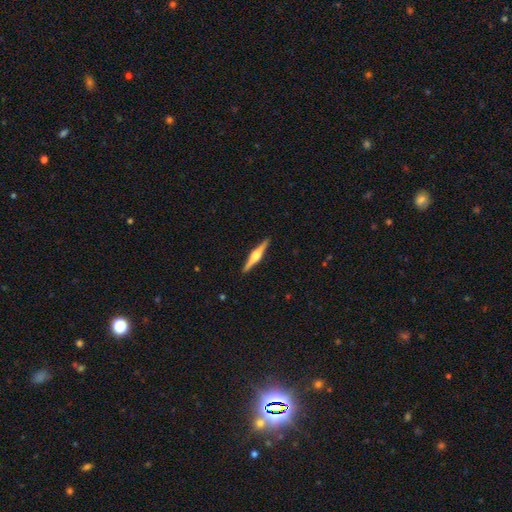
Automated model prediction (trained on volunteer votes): Smooth or featured?
  - featured or disk: 79% *
  - smooth: 16%
  - star or artifact: 5%
Edge-on disk?
  - yes: 98% *
  - no: 2%
Edge-on bulge?
  - rounded: 91% *
  - boxy: 7%
  - none: 2%
Merging?
  - none: 92% *
  - minor disturbance: 6%
  - major disturbance: 1%
  - merger: 1%